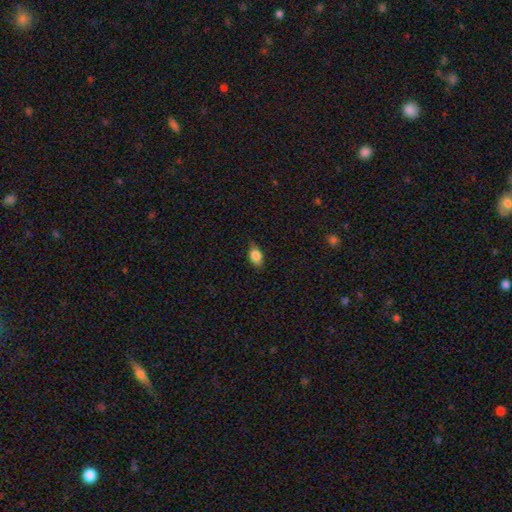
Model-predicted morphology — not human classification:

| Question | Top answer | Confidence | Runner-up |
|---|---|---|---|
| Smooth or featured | smooth | 83% | featured or disk (8%) |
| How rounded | in between | 85% | round (12%) |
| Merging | none | 78% | minor disturbance (18%) |